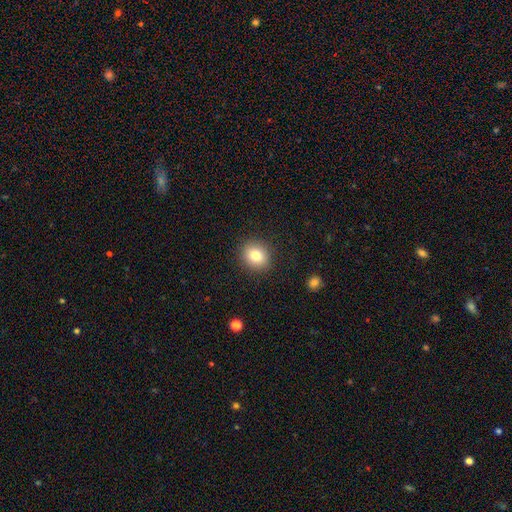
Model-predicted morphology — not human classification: Smooth or featured: smooth — 81% (star or artifact — 10%)
How rounded: round — 66% (in between — 33%)
Merging: none — 89% (minor disturbance — 8%)